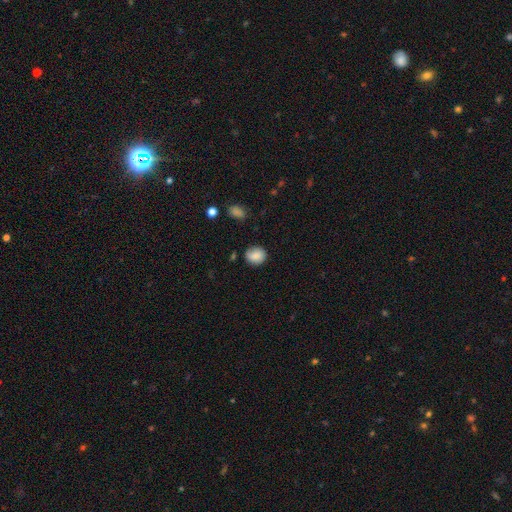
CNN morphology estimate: Overall: smooth (83%). How rounded: round (74%). Merging: none (76%).